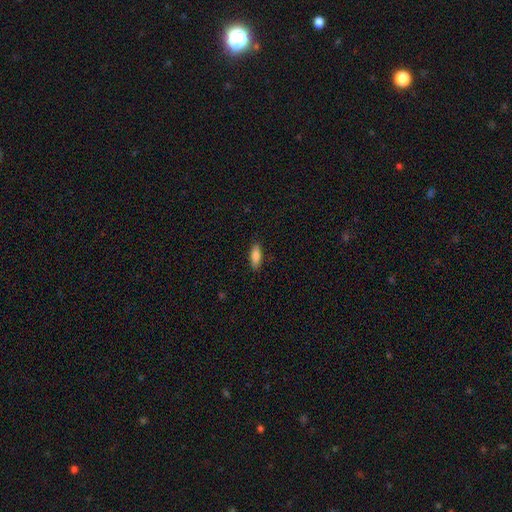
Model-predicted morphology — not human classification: type=smooth (83%); roundness=in between (69%); merging=none (87%).